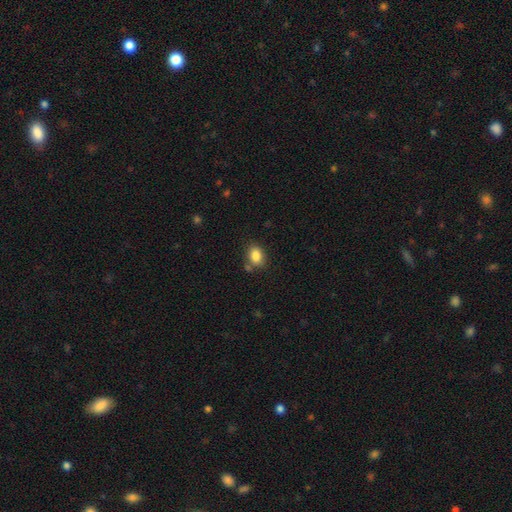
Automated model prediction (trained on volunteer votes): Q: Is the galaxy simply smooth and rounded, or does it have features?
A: smooth — 85%.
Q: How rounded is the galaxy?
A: in between — 71%.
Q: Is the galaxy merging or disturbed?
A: none — 72%.